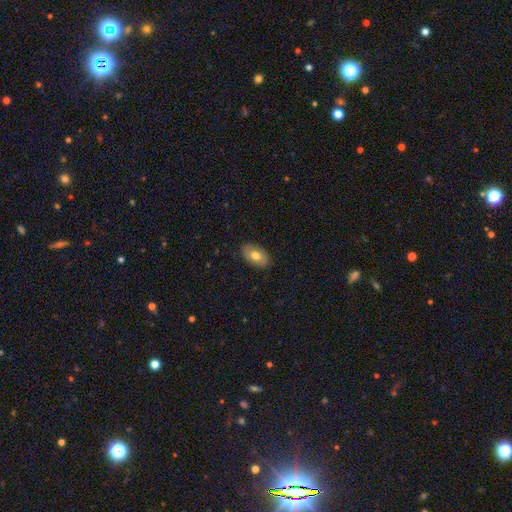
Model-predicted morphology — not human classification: Overall: smooth (74%). How rounded: in between (91%). Merging: none (87%).